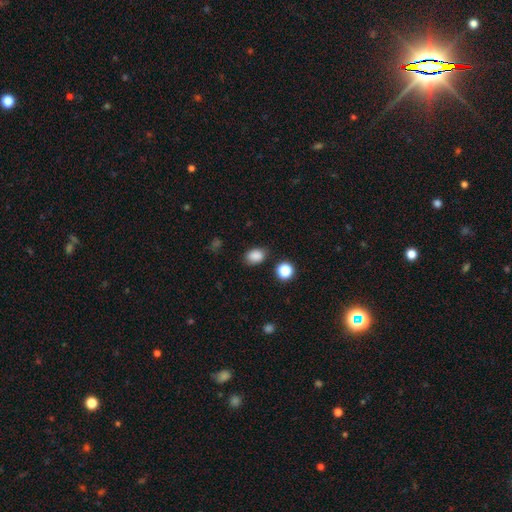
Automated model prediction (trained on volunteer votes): A smooth galaxy with no disk features (85%) that is in between round and cigar-shaped (71%). Merging: none (81%).